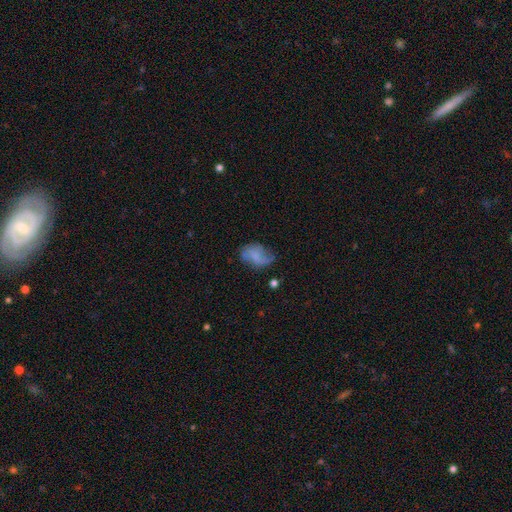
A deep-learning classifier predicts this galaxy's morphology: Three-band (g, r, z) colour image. It shows a smooth galaxy with no disk features (53%) that is in between round and cigar-shaped (82%). Merging: none (49%).